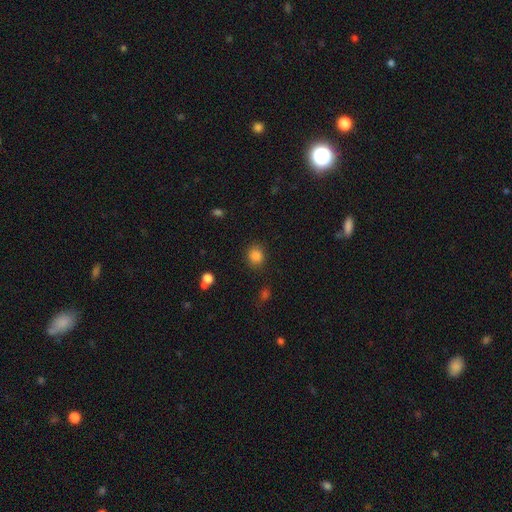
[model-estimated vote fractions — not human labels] Q: Smooth or featured?
A: smooth (85%); runner-up: star or artifact (11%)
Q: How rounded?
A: round (79%); runner-up: in between (20%)
Q: Merging?
A: none (85%); runner-up: minor disturbance (10%)